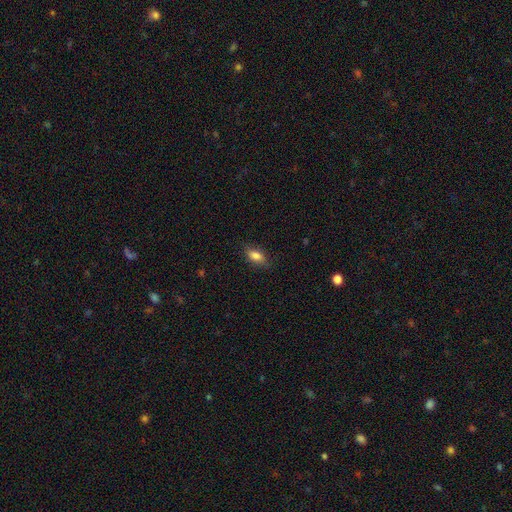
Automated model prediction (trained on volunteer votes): smooth-or-featured: smooth: 83% | featured or disk: 9% | star or artifact: 8%
  how-rounded: in between: 84% | cigar-shaped: 10% | round: 6%
  merging: none: 80% | minor disturbance: 16% | major disturbance: 4% | merger: 1%